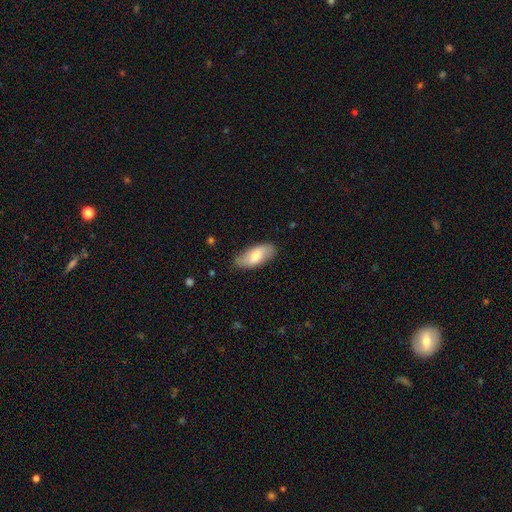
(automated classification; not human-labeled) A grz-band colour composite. It shows a smooth galaxy with no disk features (68%) that is in between round and cigar-shaped (87%). Merging: none (79%).